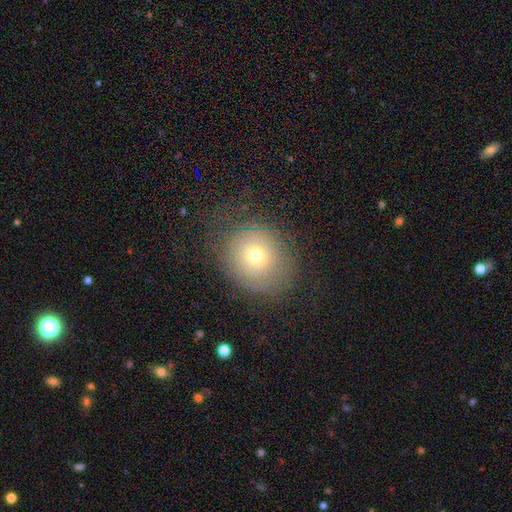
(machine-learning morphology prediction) type=smooth (67%); roundness=round (82%); merging=none (70%).